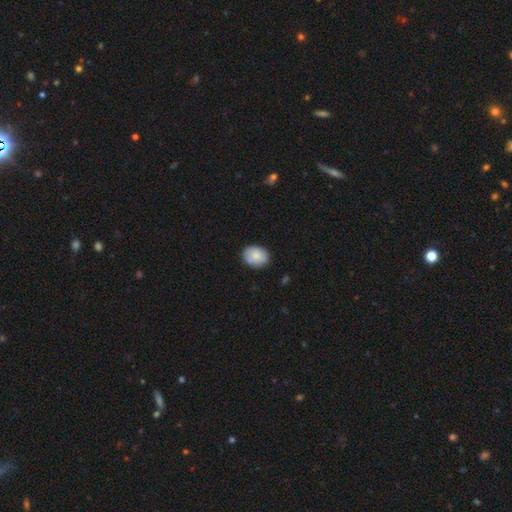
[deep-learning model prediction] smooth_or_featured: smooth (p=0.84) [alt: featured or disk p=0.09]
how_rounded: in between (p=0.57) [alt: round p=0.43]
merging: none (p=0.84) [alt: minor disturbance p=0.12]